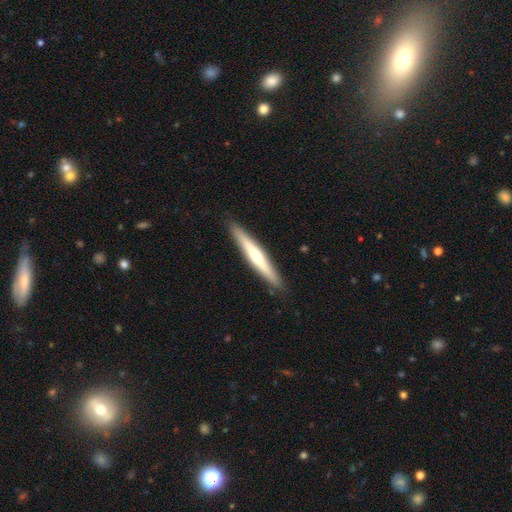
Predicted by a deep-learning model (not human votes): The model was most divided on "smooth or featured": featured or disk: 54%, smooth: 41%, star or artifact: 5%. More confident: edge-on disk — yes (95%); merging — none (91%); edge-on bulge — rounded (71%).